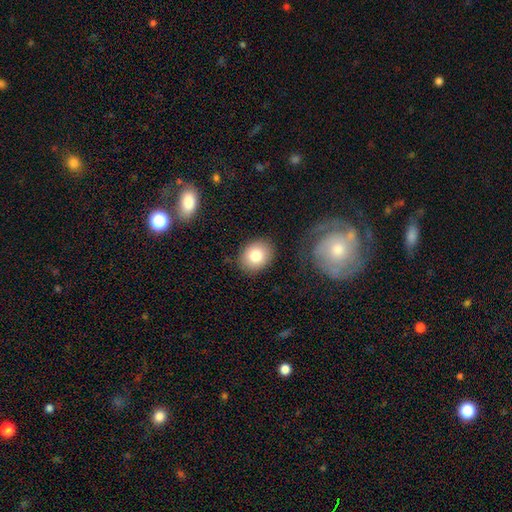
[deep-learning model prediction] Smooth or featured? Predicted: smooth (p=0.81). How rounded? Predicted: round (p=0.54). Merging? Predicted: none (p=0.84).